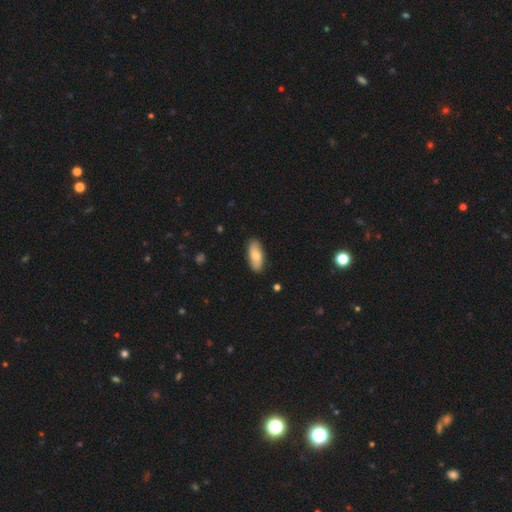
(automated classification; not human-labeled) smooth-or-featured: smooth: 74% | featured or disk: 20% | star or artifact: 5%
  how-rounded: in between: 85% | cigar-shaped: 13% | round: 2%
  merging: none: 88% | minor disturbance: 9% | major disturbance: 2% | merger: 1%